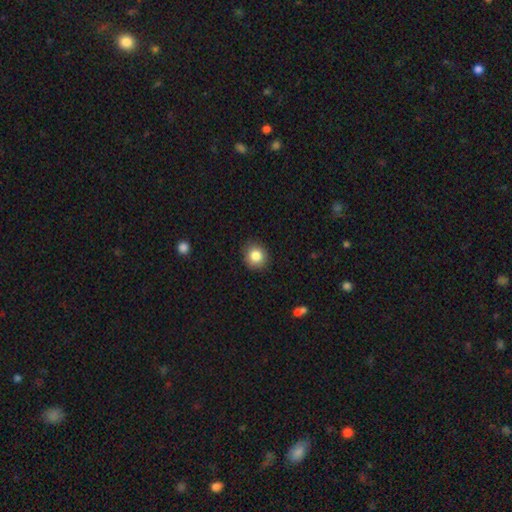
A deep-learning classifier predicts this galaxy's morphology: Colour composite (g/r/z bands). It shows a smooth galaxy with no disk features (84%) that is round (87%). Merging: none (90%).